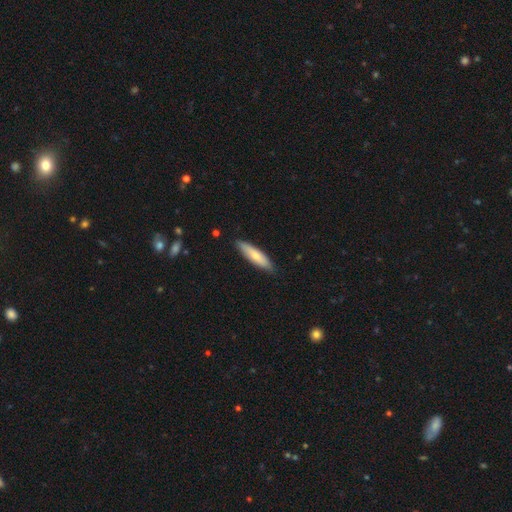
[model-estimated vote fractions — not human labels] The model was most divided on "how rounded": cigar-shaped: 69%, in between: 29%, round: 2%. More confident: merging — none (86%); smooth or featured — smooth (69%).